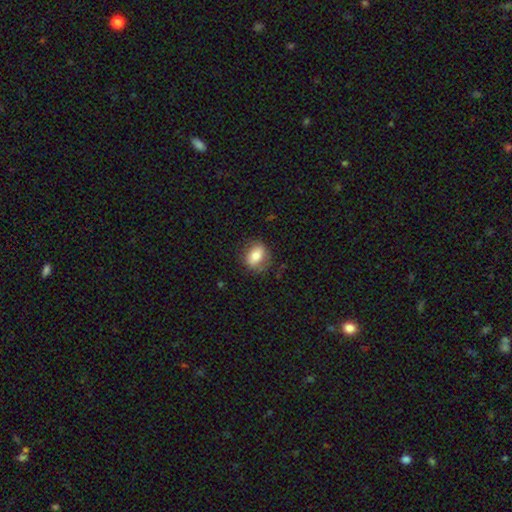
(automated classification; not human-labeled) A smooth galaxy with no disk features (74%) that is in between round and cigar-shaped (67%). Merging: none (75%).